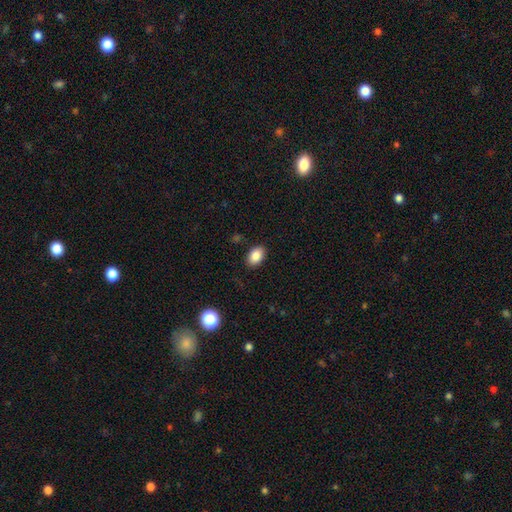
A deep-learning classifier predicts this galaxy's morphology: A smooth galaxy with no disk features (87%) that is in between round and cigar-shaped (88%).

Vote fractions:
- Smooth or featured? smooth: 87% / star or artifact: 8% / featured or disk: 5%
- How rounded? in between: 88% / round: 11% / cigar-shaped: 1%
- Merging? none: 88% / minor disturbance: 9% / major disturbance: 2% / merger: 1%